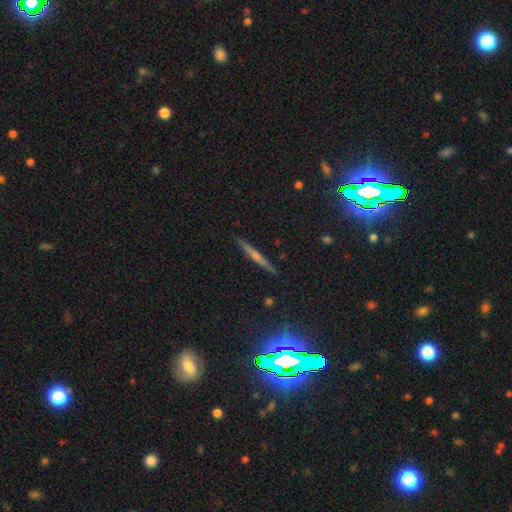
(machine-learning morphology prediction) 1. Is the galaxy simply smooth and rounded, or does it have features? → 57% featured or disk, 28% smooth, 15% star or artifact.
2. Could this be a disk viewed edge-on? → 97% yes, 3% no.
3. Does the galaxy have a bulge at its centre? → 59% rounded, 32% none, 9% boxy.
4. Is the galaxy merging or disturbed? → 91% none, 6% minor disturbance, 1% major disturbance, 1% merger.